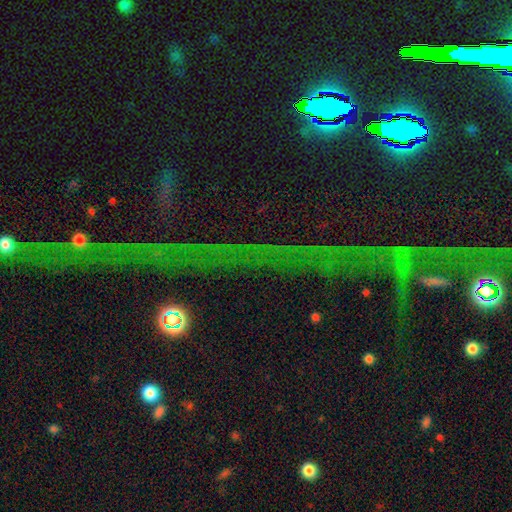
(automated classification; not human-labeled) Smooth or featured? star or artifact (81%)